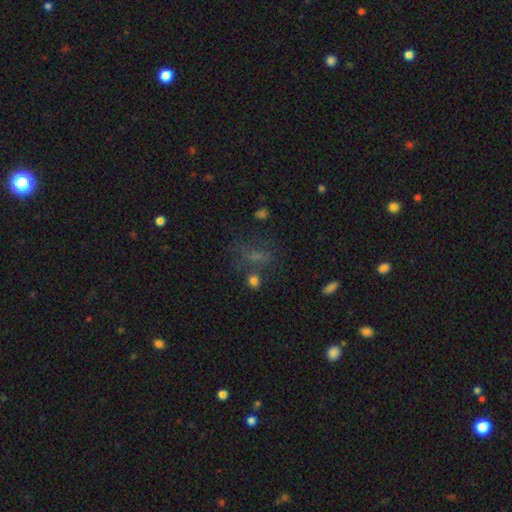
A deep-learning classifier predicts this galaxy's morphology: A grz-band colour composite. It shows a smooth galaxy with no disk features (44%). Merging: none (56%).